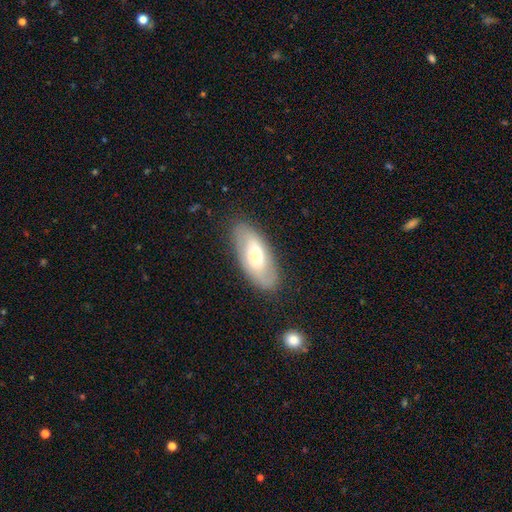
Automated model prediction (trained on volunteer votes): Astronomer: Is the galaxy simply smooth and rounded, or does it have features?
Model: smooth — 47%, tied with featured or disk at 47%.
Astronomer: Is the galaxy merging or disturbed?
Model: none — 81%.